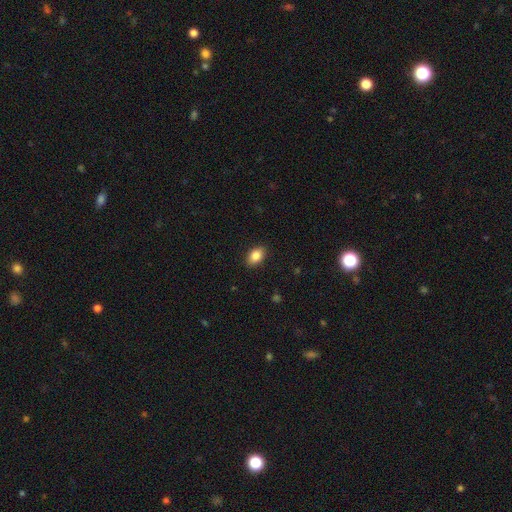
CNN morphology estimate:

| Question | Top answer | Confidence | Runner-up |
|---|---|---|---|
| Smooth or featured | smooth | 85% | star or artifact (8%) |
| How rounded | in between | 86% | round (12%) |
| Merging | none | 89% | minor disturbance (8%) |